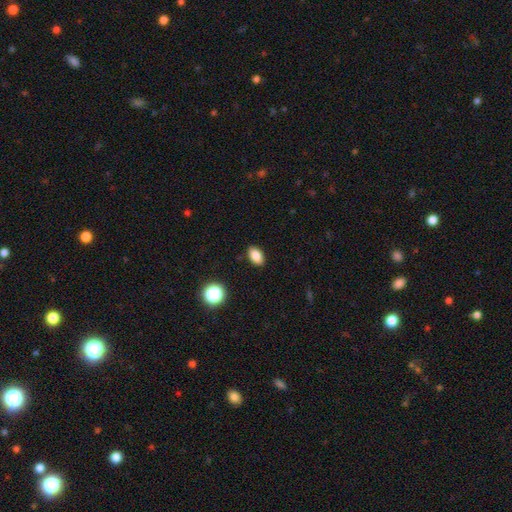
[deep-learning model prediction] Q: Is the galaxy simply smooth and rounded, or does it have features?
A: smooth — 84%.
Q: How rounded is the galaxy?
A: in between — 87%.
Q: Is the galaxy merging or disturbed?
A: none — 89%.